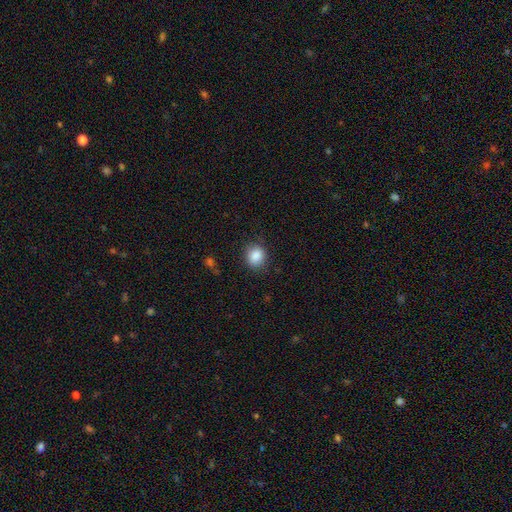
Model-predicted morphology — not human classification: smooth-or-featured: smooth: 87% | star or artifact: 9% | featured or disk: 4%
  how-rounded: round: 71% | in between: 28% | cigar-shaped: 1%
  merging: none: 83% | minor disturbance: 12% | major disturbance: 4% | merger: 1%